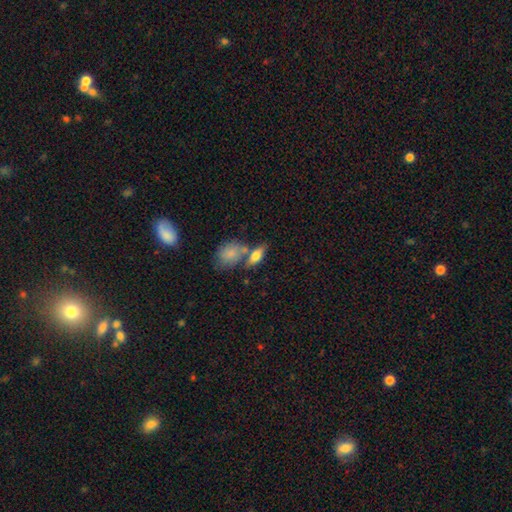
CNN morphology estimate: smooth-or-featured: smooth: 69% | featured or disk: 23% | star or artifact: 8%
  how-rounded: in between: 73% | cigar-shaped: 19% | round: 9%
  merging: none: 50% | merger: 31% | minor disturbance: 13% | major disturbance: 6%